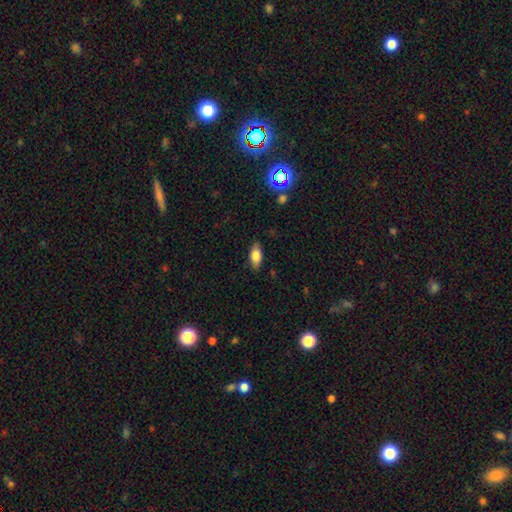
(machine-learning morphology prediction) Smooth or featured?
  - smooth: 74% *
  - featured or disk: 19%
  - star or artifact: 8%
How rounded?
  - in between: 84% *
  - cigar-shaped: 12%
  - round: 4%
Merging?
  - none: 83% *
  - minor disturbance: 13%
  - major disturbance: 3%
  - merger: 1%